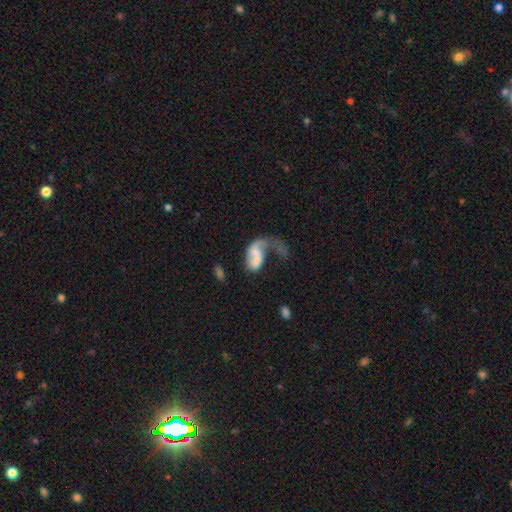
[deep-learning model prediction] smooth-or-featured: featured or disk: 52% | smooth: 40% | star or artifact: 8%
  disk-edge-on: no: 97% | yes: 3%
    bar: no: 69% | weak: 24% | strong: 7%
    has-spiral-arms: yes: 62% | no: 38%
    bulge-size: none: 42% | small: 27% | moderate: 19% | large: 8% | dominant: 3%
  merging: major disturbance: 51% | merger: 23% | none: 15% | minor disturbance: 10%